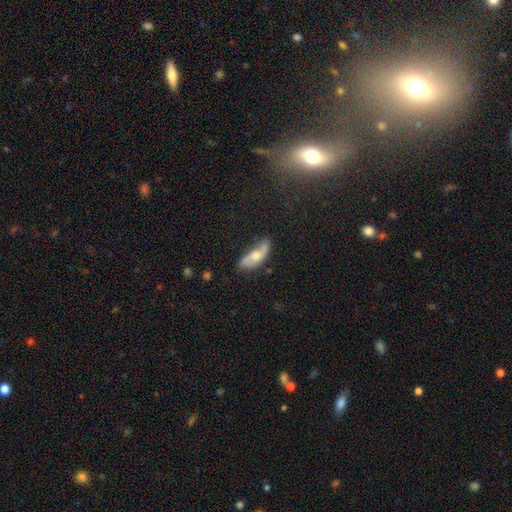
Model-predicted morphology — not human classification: Q: Smooth or featured?
A: featured or disk (55%); runner-up: smooth (38%)
Q: Edge-on disk?
A: no (81%); runner-up: yes (19%)
Q: Merging?
A: none (58%); runner-up: minor disturbance (28%)